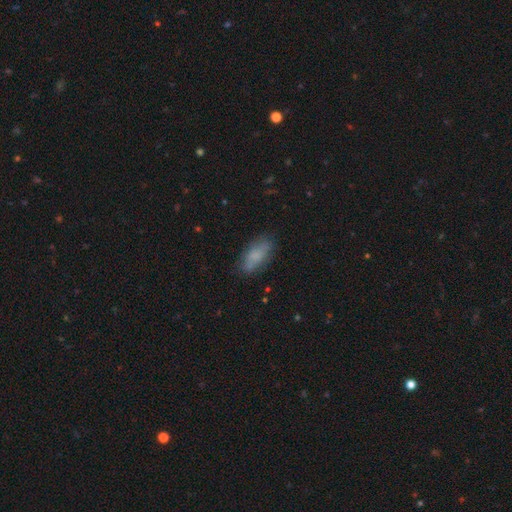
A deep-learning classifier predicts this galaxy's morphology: smooth_or_featured: smooth (p=0.74) [alt: featured or disk p=0.18]
how_rounded: in between (p=0.80) [alt: cigar-shaped p=0.18]
merging: none (p=0.73) [alt: minor disturbance p=0.19]